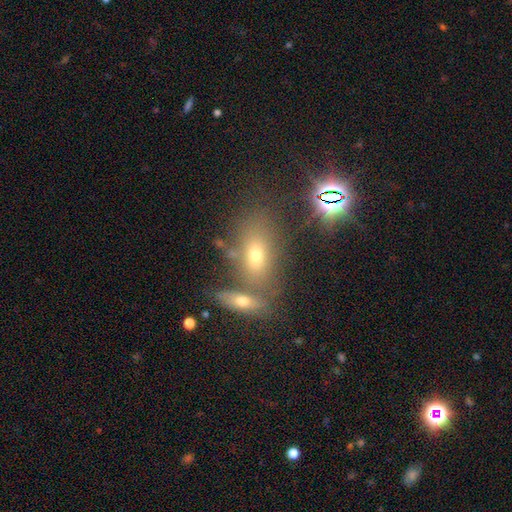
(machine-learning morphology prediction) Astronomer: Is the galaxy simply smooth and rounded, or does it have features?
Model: smooth — 51%.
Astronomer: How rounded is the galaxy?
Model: in between — 77%.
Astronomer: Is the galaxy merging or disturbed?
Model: none — 55% (runner-up: merger, 30%).